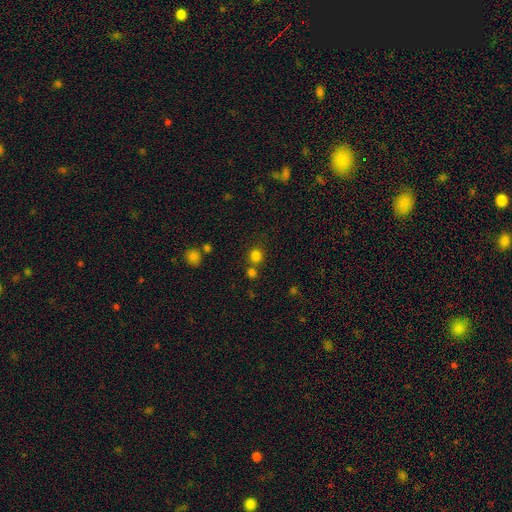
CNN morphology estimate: smooth-or-featured: smooth: 78% | star or artifact: 17% | featured or disk: 5%
  how-rounded: round: 88% | in between: 11% | cigar-shaped: 1%
  merging: none: 70% | merger: 19% | minor disturbance: 8% | major disturbance: 4%